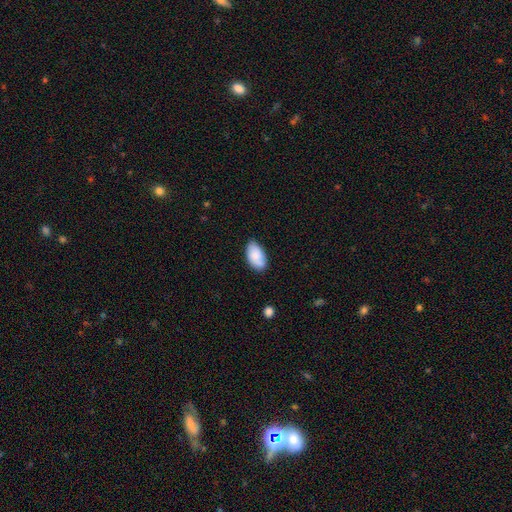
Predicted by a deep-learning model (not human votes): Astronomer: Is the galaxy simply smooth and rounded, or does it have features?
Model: smooth — 82%.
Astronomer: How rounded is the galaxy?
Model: in between — 95%.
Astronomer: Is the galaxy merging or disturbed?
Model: none — 74%.